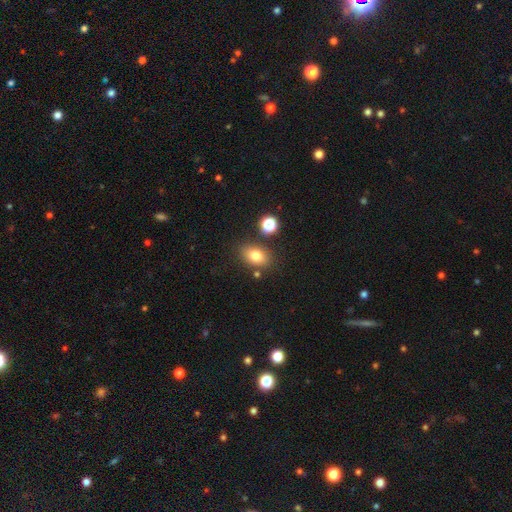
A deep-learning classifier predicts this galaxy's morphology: smooth-or-featured: smooth: 79% | star or artifact: 11% | featured or disk: 10%
  how-rounded: in between: 79% | round: 20% | cigar-shaped: 2%
  merging: none: 78% | minor disturbance: 11% | merger: 7% | major disturbance: 3%